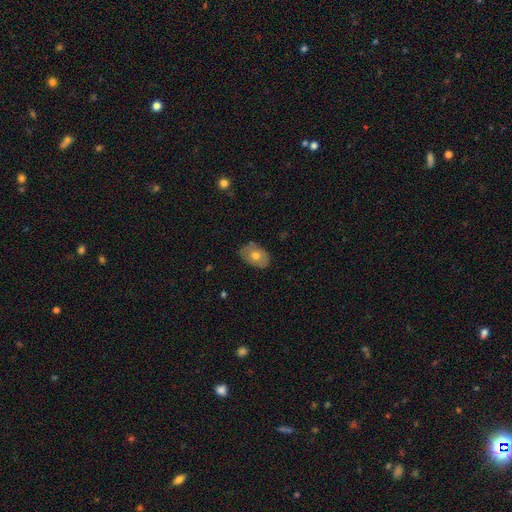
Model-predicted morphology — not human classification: The model was most divided on "smooth or featured": smooth: 67%, featured or disk: 26%, star or artifact: 7%. More confident: how rounded — in between (83%); merging — none (79%).